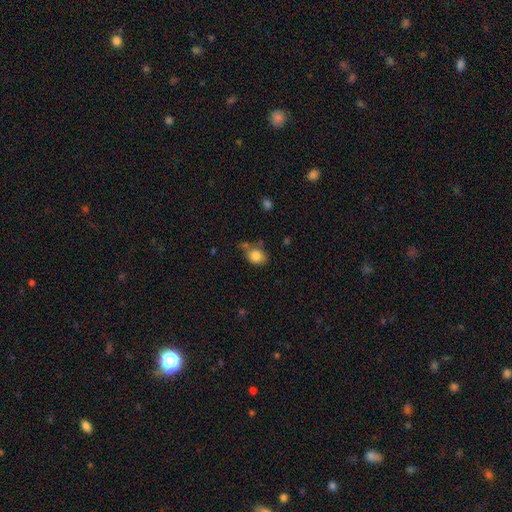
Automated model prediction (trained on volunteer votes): This is clearly a smooth galaxy (83%). How rounded: possibly round (59%). Merging: possibly none (57%).